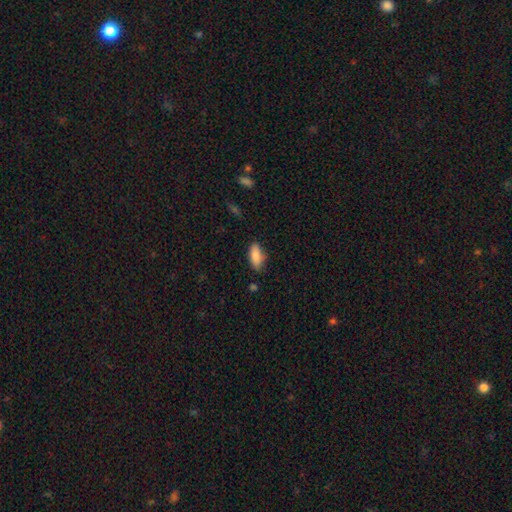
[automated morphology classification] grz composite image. It shows a smooth galaxy with no disk features (86%) that is in between round and cigar-shaped (81%). Merging: none (76%).